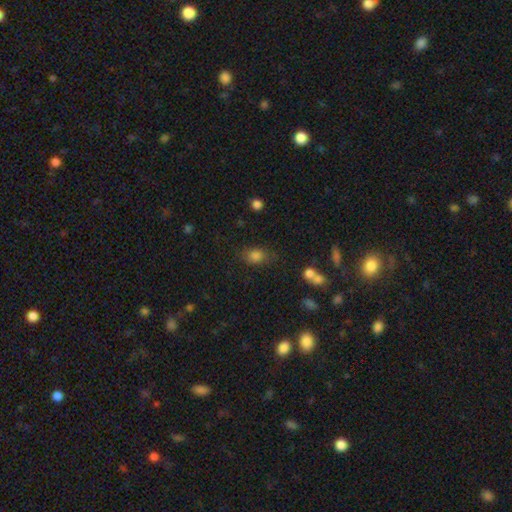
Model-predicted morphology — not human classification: smooth_or_featured: smooth (p=0.82) [alt: star or artifact p=0.11]
how_rounded: in between (p=0.63) [alt: round p=0.36]
merging: none (p=0.74) [alt: minor disturbance p=0.17]